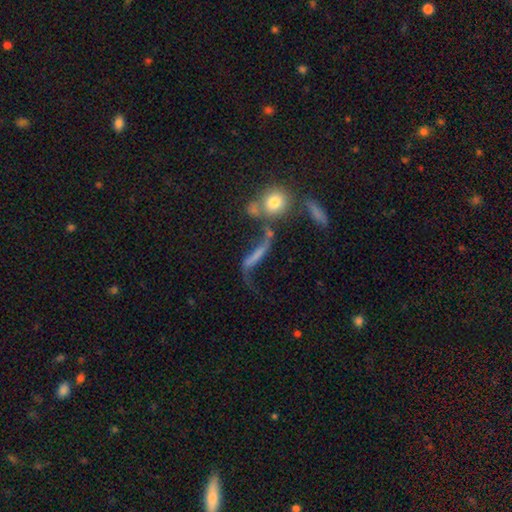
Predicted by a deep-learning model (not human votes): Smooth or featured? Predicted: featured or disk (p=0.56). Edge-on disk? Predicted: no (p=0.79). Merging? Predicted: none (p=0.33).